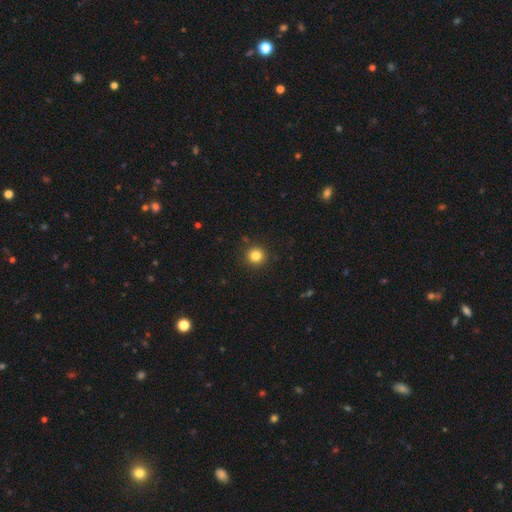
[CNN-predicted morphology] The model was most divided on "smooth or featured": smooth: 83%, star or artifact: 12%, featured or disk: 5%. More confident: how rounded — round (94%); merging — none (90%).